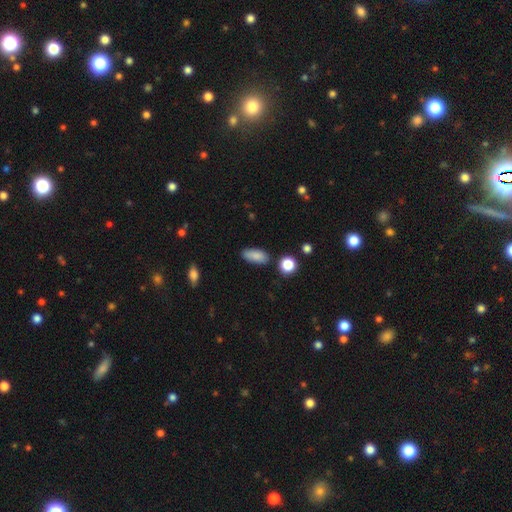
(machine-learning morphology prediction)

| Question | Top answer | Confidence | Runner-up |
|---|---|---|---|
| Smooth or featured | smooth | 86% | star or artifact (8%) |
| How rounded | in between | 83% | cigar-shaped (13%) |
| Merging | none | 82% | minor disturbance (12%) |